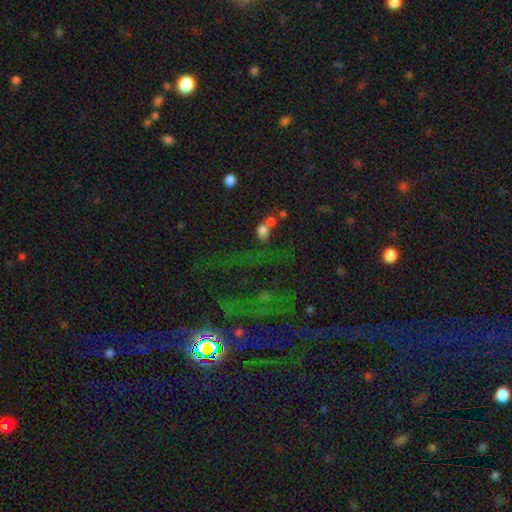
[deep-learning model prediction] The model was most divided on "smooth or featured": star or artifact: 70%, smooth: 17%, featured or disk: 13%.